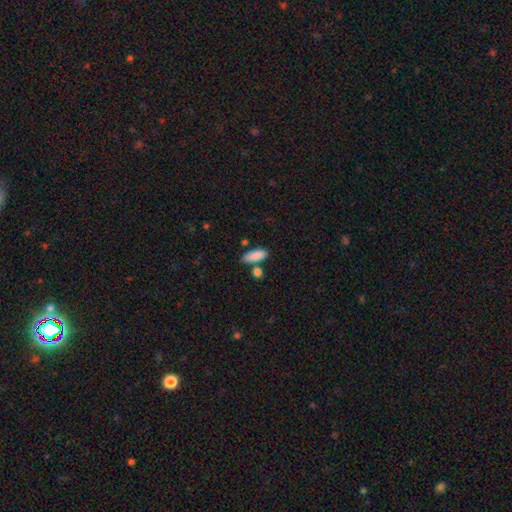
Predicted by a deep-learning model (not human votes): Smooth or featured: smooth — 88% (star or artifact — 7%)
How rounded: in between — 75% (cigar-shaped — 23%)
Merging: none — 68% (minor disturbance — 15%)